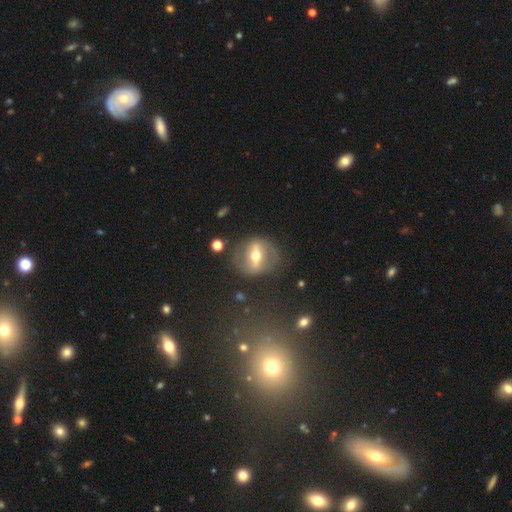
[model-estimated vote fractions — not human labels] The model was most divided on "spiral arms": no: 55%, yes: 45%. More confident: edge-on disk — no (80%); merging — none (75%); smooth or featured — featured or disk (73%); bar — strong (70%); bulge size — moderate (69%).